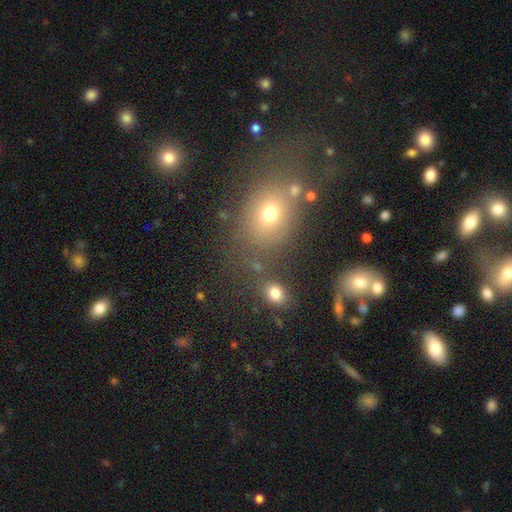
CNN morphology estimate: The model was most divided on "how rounded": round: 52%, in between: 46%, cigar-shaped: 2%. More confident: merging — none (72%); smooth or featured — smooth (56%).